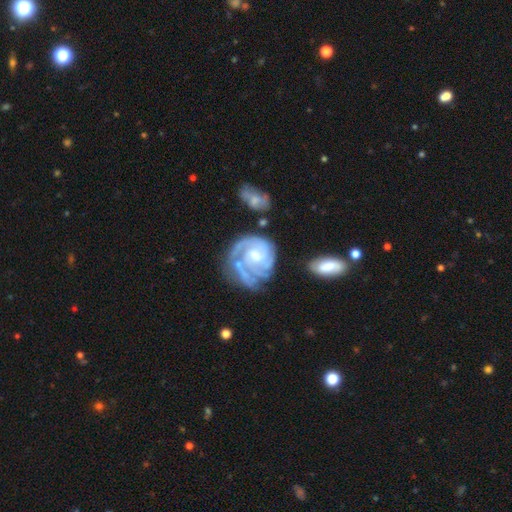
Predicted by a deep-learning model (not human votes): Smooth or featured: featured or disk — 85% (smooth — 10%)
Edge-on disk: no — 98% (yes — 2%)
Bar: no — 53% (weak — 40%)
Spiral arms: yes — 94% (no — 6%)
Spiral winding: tight — 63% (medium — 30%)
Spiral arm count: can't tell — 30% (3 — 27%)
Bulge size: moderate — 51% (small — 37%)
Merging: none — 51% (minor disturbance — 23%)